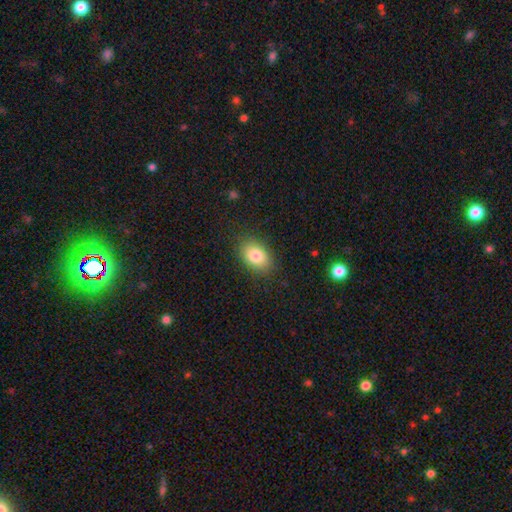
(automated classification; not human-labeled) This appears to be a smooth galaxy with no disk features (82%) that is in between round and cigar-shaped (85%). Merging: none (86%).